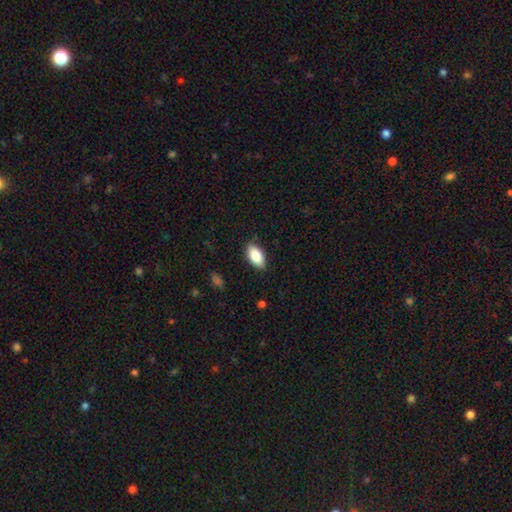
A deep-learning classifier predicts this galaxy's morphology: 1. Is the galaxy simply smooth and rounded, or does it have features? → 86% smooth, 7% featured or disk, 7% star or artifact.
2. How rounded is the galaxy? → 93% in between, 4% cigar-shaped, 3% round.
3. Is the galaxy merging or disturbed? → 85% none, 12% minor disturbance, 2% major disturbance, 1% merger.